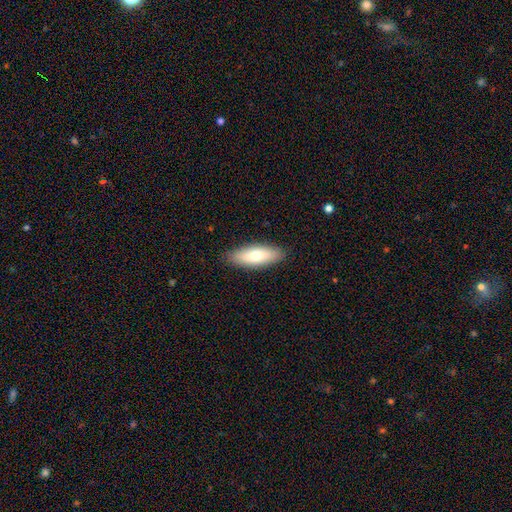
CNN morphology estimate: smooth-or-featured: smooth: 73% | featured or disk: 21% | star or artifact: 6%
  how-rounded: in between: 61% | cigar-shaped: 36% | round: 2%
  merging: none: 89% | minor disturbance: 8% | major disturbance: 2% | merger: 1%